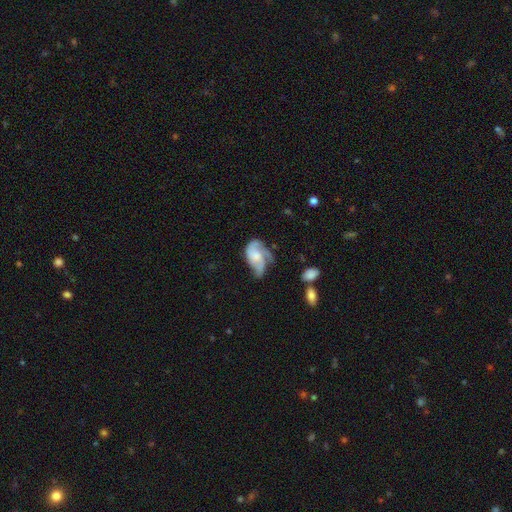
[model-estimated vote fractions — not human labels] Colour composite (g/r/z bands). It shows a featured or disk galaxy (73%) with no bar (70%), 3 (36%, tied with 2) medium (46%) spiral arms (91%) and a moderate central bulge (43%). Merging: none (37%).